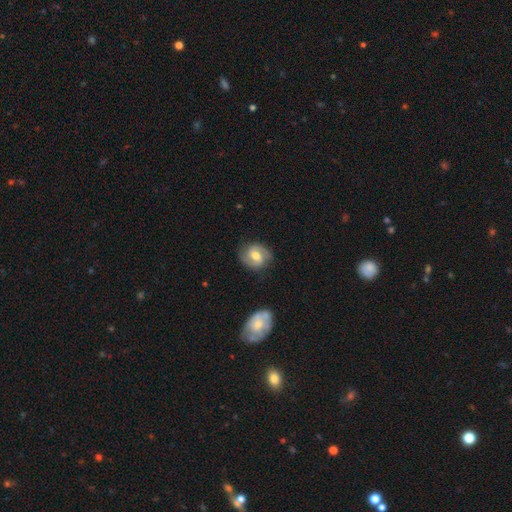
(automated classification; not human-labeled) Overall: featured or disk (65%; smooth 29%). Edge-on disk: no (97%). Bar: weak (50%; no 34%). Spiral arms: yes (88%). Spiral arm count: 2 (88%). Spiral winding: medium (49%; tight 30%). Bulge size: moderate (73%). Merging: none (80%).